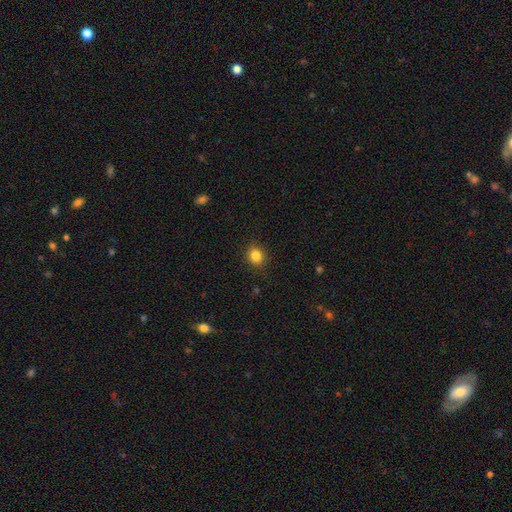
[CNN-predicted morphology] Smooth or featured? Predicted: smooth (p=0.85). How rounded? Predicted: round (p=0.67). Merging? Predicted: none (p=0.89).